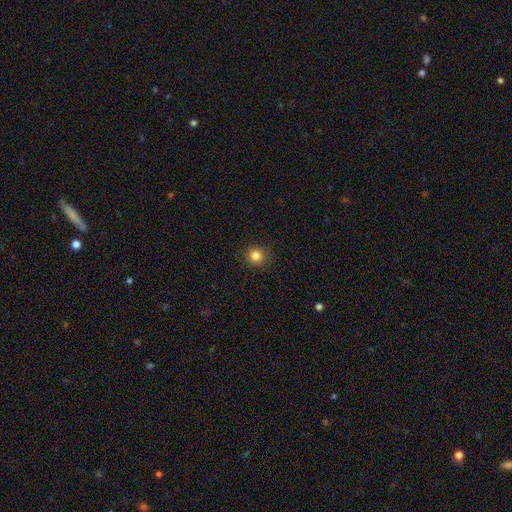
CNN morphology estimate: Overall: smooth (84%). How rounded: round (91%). Merging: none (89%).